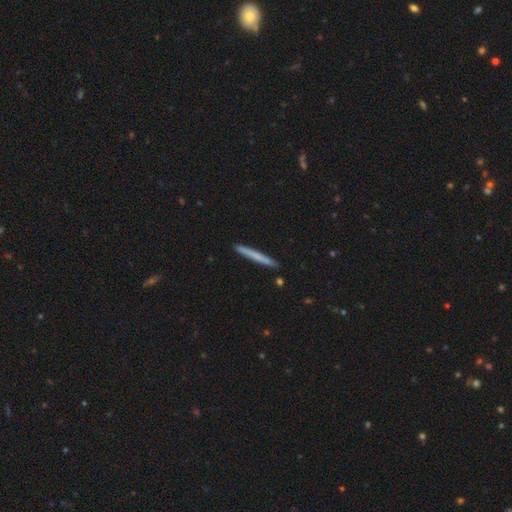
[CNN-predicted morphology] A smooth galaxy with no disk features (65%) that is cigar-shaped (97%).

Vote fractions:
- Smooth or featured? smooth: 65% / featured or disk: 29% / star or artifact: 6%
- How rounded? cigar-shaped: 97% / in between: 2% / round: 1%
- Merging? none: 91% / minor disturbance: 7% / merger: 1% / major disturbance: 1%